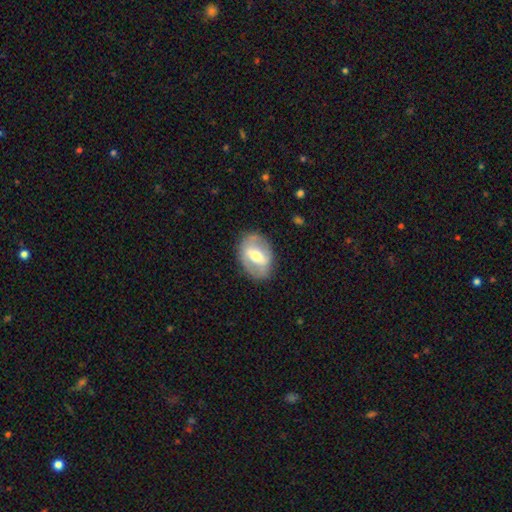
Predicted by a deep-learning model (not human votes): A featured or disk galaxy (61%) with a strong bar (54%), no spiral arms (63%) and a moderate central bulge (64%). Merging: none (80%).